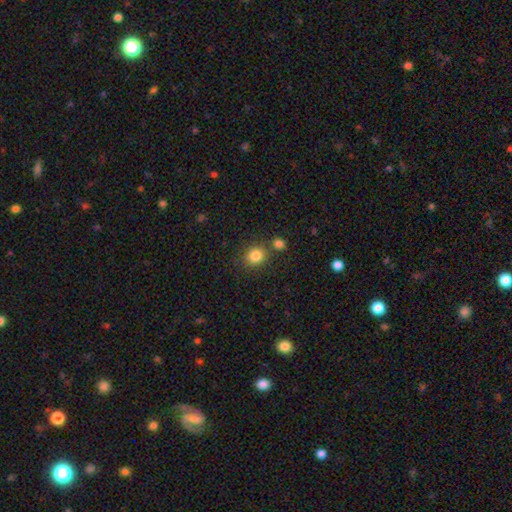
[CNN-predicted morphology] This appears to be a smooth galaxy with no disk features (83%) that is round (72%). Merging: none (72%).